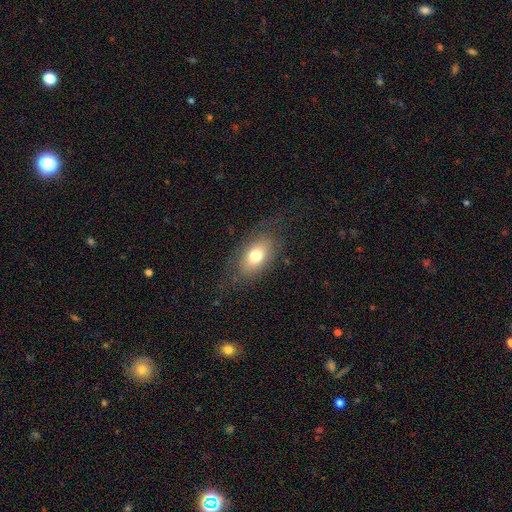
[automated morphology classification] A smooth galaxy with no disk features (70%) that is in between round and cigar-shaped (88%). Merging: none (75%).